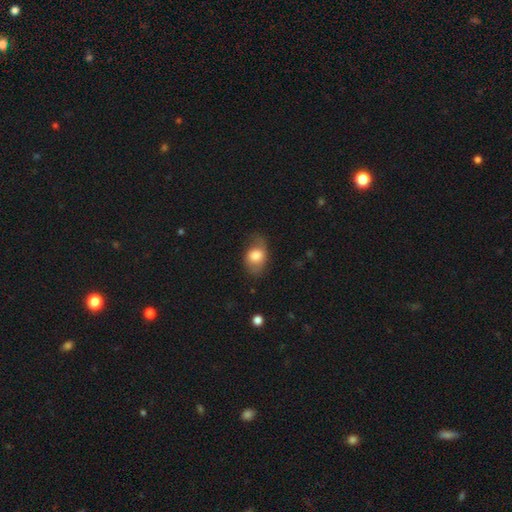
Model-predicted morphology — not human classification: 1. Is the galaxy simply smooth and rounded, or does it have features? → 73% smooth, 20% featured or disk, 8% star or artifact.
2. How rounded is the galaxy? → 75% in between, 24% round, 1% cigar-shaped.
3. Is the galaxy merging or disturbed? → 57% none, 28% minor disturbance, 13% major disturbance, 2% merger.